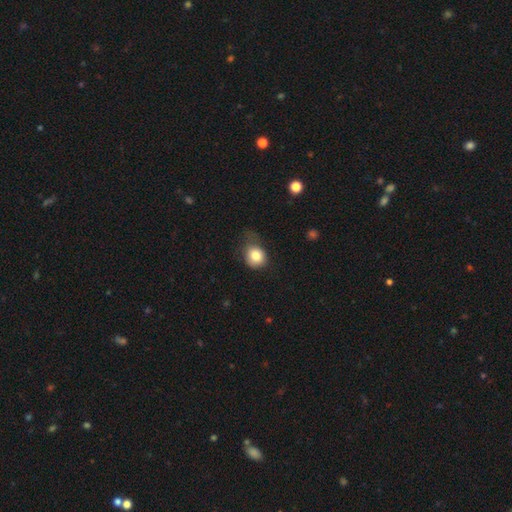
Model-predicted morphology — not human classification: smooth 82%, star or artifact 10%, featured or disk 8%. Down the decision tree: how rounded — round (68%); merging — none (46%).